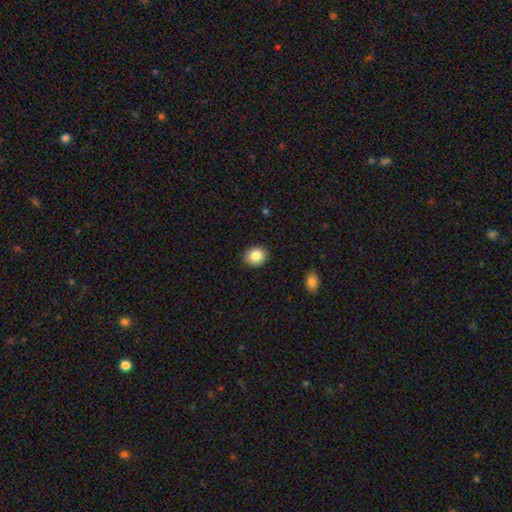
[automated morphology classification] type=smooth (86%); roundness=round (69%); merging=none (90%).